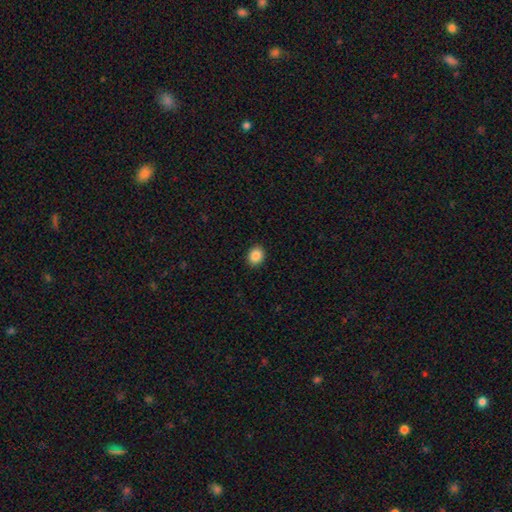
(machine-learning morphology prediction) Smooth or featured? Predicted: smooth (p=0.88). How rounded? Predicted: round (p=0.52). Merging? Predicted: none (p=0.91).